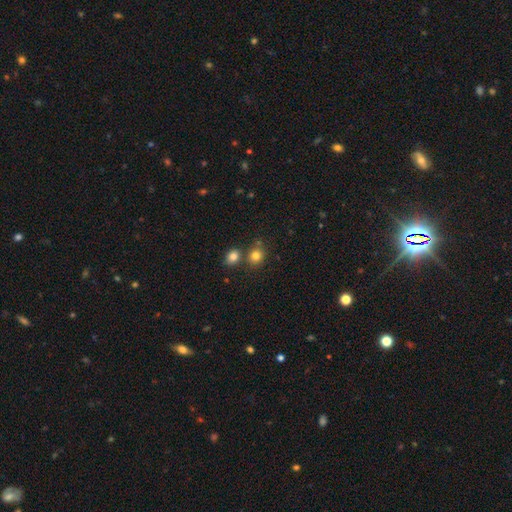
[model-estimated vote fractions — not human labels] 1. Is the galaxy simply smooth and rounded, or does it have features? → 81% smooth, 12% star or artifact, 7% featured or disk.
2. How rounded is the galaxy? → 77% round, 22% in between, 1% cigar-shaped.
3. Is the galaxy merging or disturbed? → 65% none, 22% merger, 10% minor disturbance, 3% major disturbance.